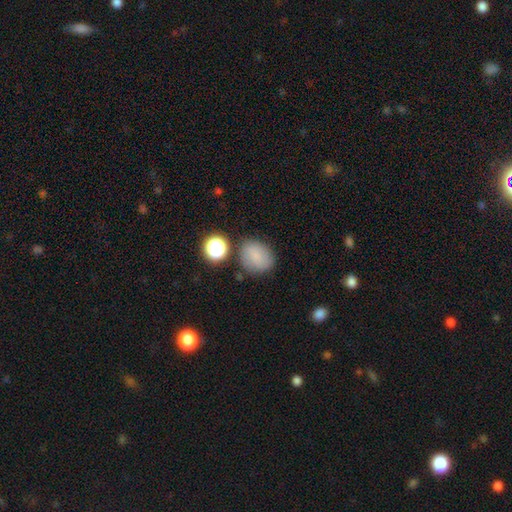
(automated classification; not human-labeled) Smooth or featured: smooth — 76% (star or artifact — 13%)
How rounded: round — 62% (in between — 37%)
Merging: none — 74% (minor disturbance — 15%)